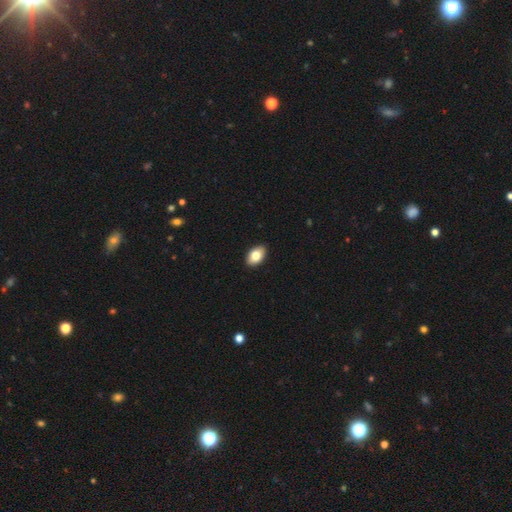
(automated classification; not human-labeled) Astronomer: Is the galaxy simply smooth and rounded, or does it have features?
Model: smooth — 81%.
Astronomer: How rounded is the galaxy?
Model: in between — 90%.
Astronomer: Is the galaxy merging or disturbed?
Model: none — 90%.